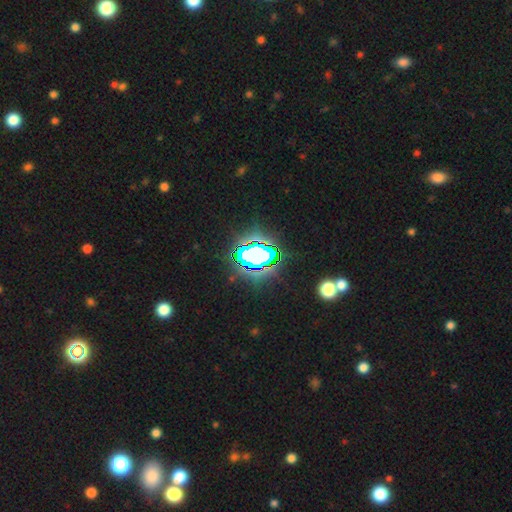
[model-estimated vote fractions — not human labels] This is likely a star or artifact rather than a galaxy (74%).